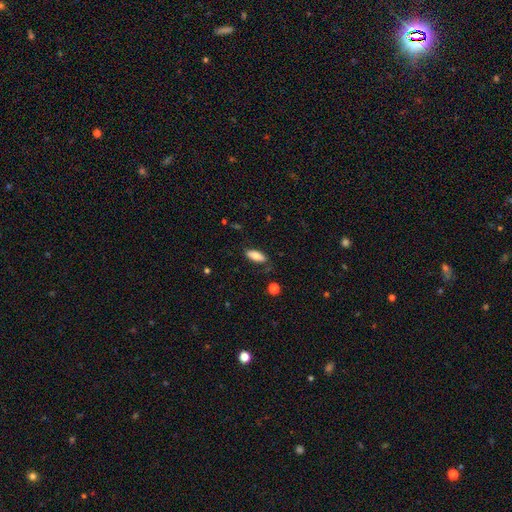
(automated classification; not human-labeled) Smooth or featured? smooth (77%)
How rounded? in between (79%)
Merging? none (76%)